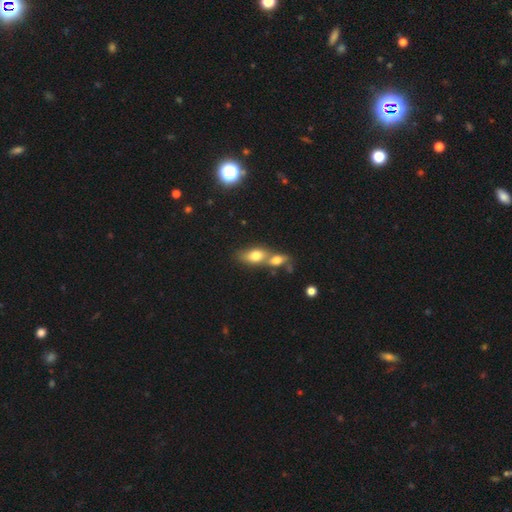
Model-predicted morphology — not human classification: A smooth galaxy with no disk features (73%) that is in between round and cigar-shaped (80%).

Vote fractions:
- Smooth or featured? smooth: 73% / featured or disk: 17% / star or artifact: 9%
- How rounded? in between: 80% / round: 12% / cigar-shaped: 8%
- Merging? merger: 64% / none: 25% / minor disturbance: 7% / major disturbance: 4%